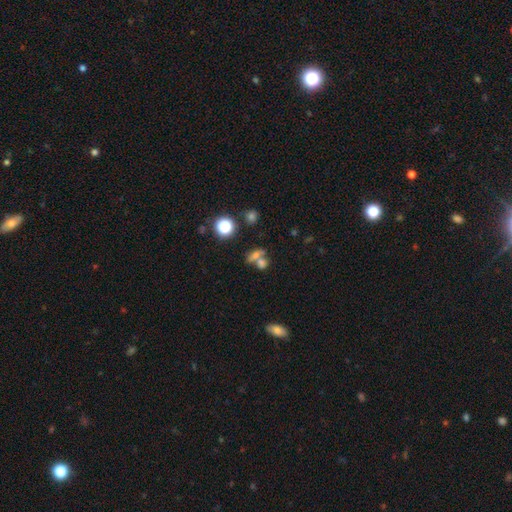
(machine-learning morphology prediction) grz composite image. It shows a smooth galaxy with no disk features (59%) that is in between round and cigar-shaped (51%). Merging: merger (52%).